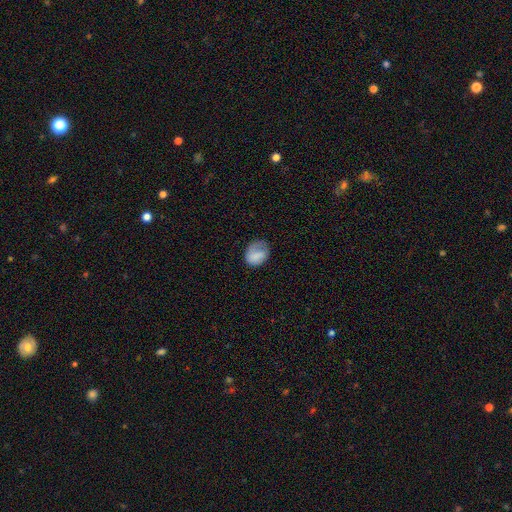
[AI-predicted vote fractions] A smooth galaxy with no disk features (75%) that is in between round and cigar-shaped (55%).

Vote fractions:
- Smooth or featured? smooth: 75% / featured or disk: 17% / star or artifact: 8%
- How rounded? in between: 55% / round: 43% / cigar-shaped: 1%
- Merging? none: 49% / minor disturbance: 30% / major disturbance: 20% / merger: 2%